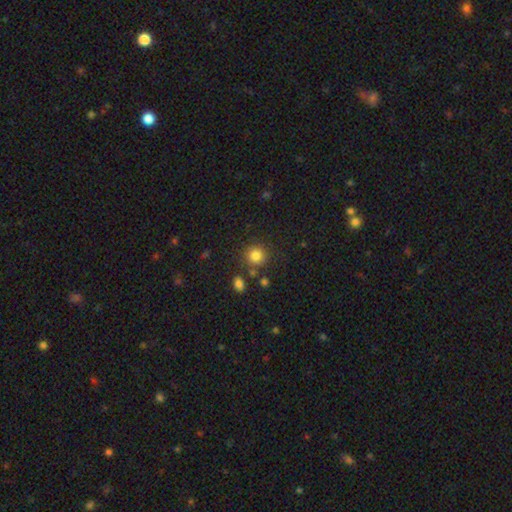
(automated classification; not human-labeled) Q: Smooth or featured?
A: smooth (82%); runner-up: star or artifact (12%)
Q: How rounded?
A: round (88%); runner-up: in between (11%)
Q: Merging?
A: none (80%); runner-up: minor disturbance (9%)